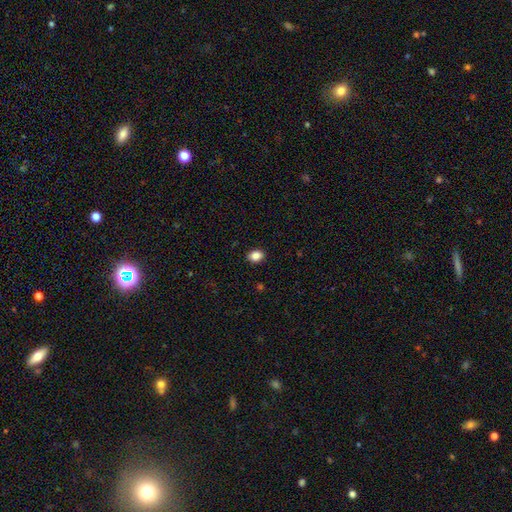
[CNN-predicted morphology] type=smooth (87%); roundness=in between (59%); merging=none (90%).